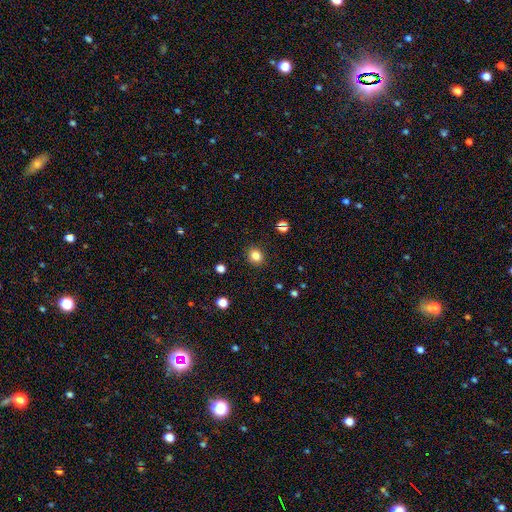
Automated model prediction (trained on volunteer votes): A smooth galaxy with no disk features (83%) that is round (71%). Merging: none (89%).